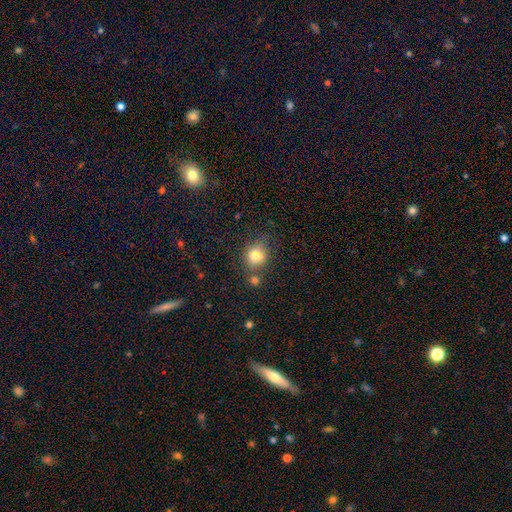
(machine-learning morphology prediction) Overall: smooth (79%). How rounded: round (77%). Merging: none (67%).